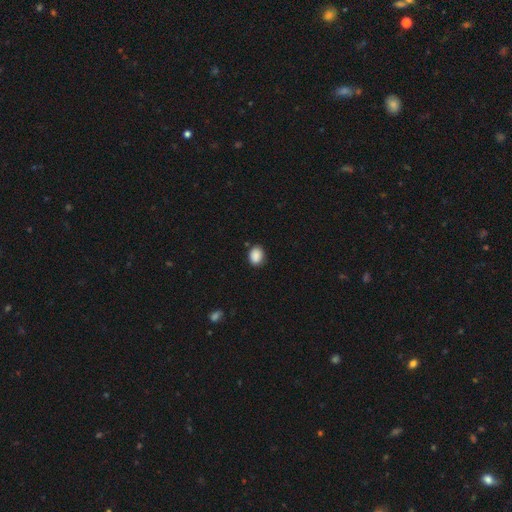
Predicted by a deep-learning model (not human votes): Q: Smooth or featured?
A: smooth (89%); runner-up: star or artifact (9%)
Q: How rounded?
A: in between (62%); runner-up: round (37%)
Q: Merging?
A: none (83%); runner-up: minor disturbance (13%)